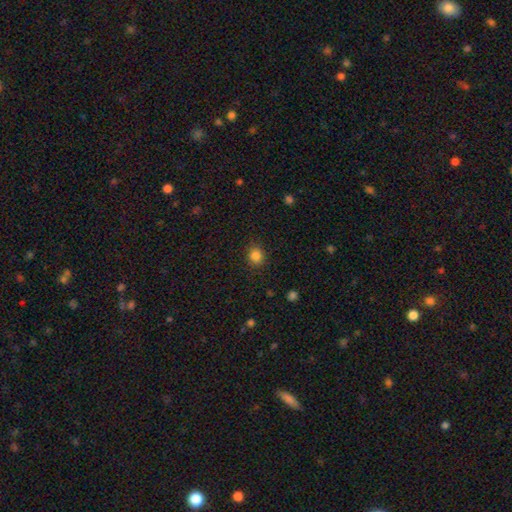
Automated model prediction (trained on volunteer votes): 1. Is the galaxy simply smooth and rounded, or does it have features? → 85% smooth, 11% star or artifact, 4% featured or disk.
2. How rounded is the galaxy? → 71% round, 28% in between, 1% cigar-shaped.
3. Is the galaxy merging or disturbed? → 86% none, 10% minor disturbance, 3% major disturbance, 1% merger.